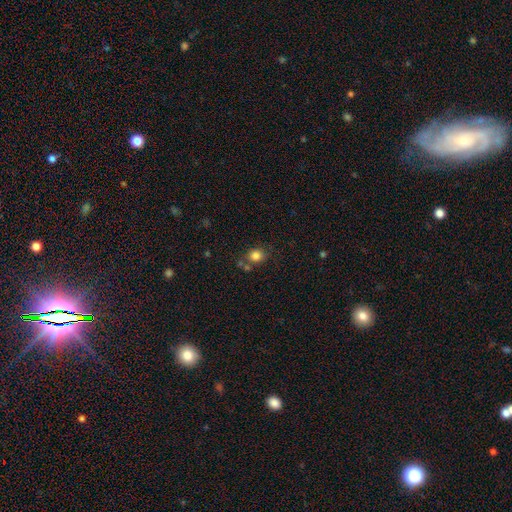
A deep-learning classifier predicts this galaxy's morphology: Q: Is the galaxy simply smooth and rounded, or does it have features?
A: smooth — 82%.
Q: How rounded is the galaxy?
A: round — 73%.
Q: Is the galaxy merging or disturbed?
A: none — 68%.